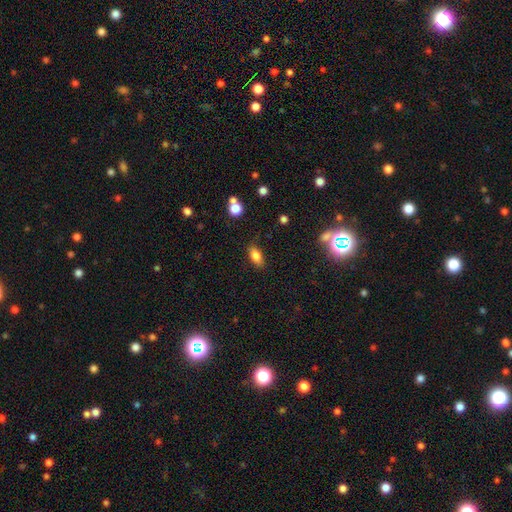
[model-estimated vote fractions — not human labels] This appears to be a smooth galaxy with no disk features (80%) that is in between round and cigar-shaped (86%). Merging: none (84%).